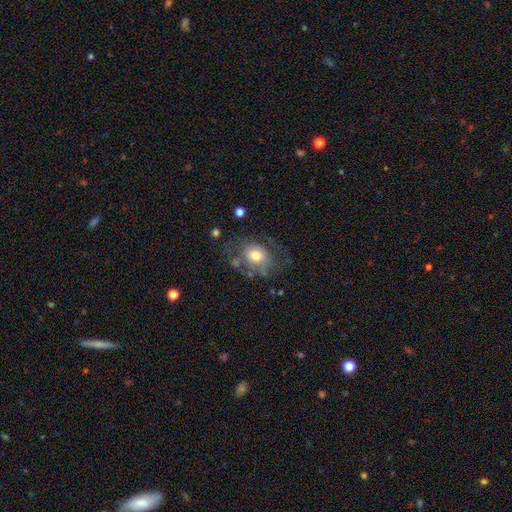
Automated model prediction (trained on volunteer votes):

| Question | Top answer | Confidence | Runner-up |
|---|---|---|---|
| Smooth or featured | smooth | 53% | featured or disk (38%) |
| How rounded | in between | 53% | round (46%) |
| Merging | none | 47% | minor disturbance (25%) |